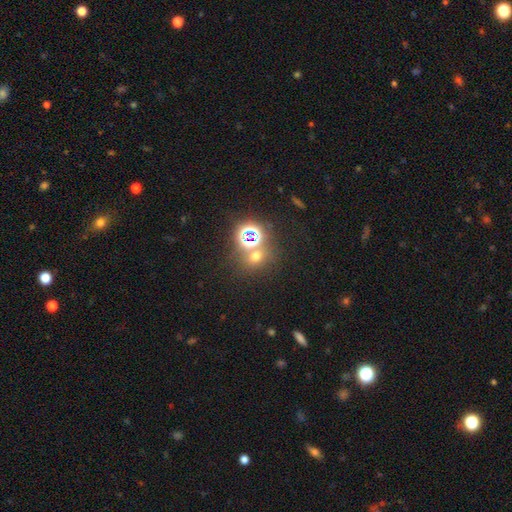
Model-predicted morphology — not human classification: This appears to be a smooth galaxy with no disk features (46%). Merging: none (64%).